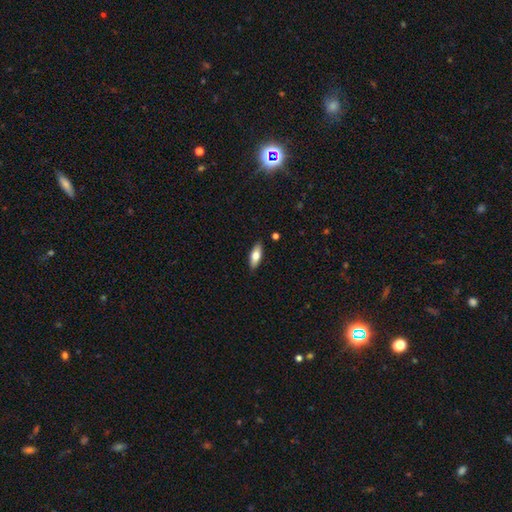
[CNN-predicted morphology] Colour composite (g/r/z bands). It shows a smooth galaxy with no disk features (69%) that is in between round and cigar-shaped (69%). Merging: none (88%).